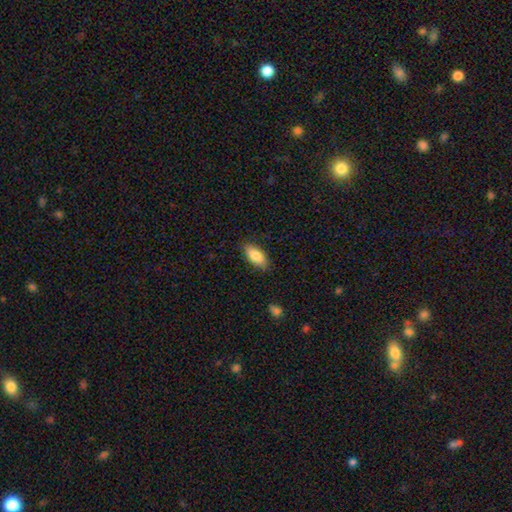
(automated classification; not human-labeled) The model was most divided on "merging": none: 85%, minor disturbance: 11%, major disturbance: 2%, merger: 1%. More confident: how rounded — in between (88%); smooth or featured — smooth (84%).